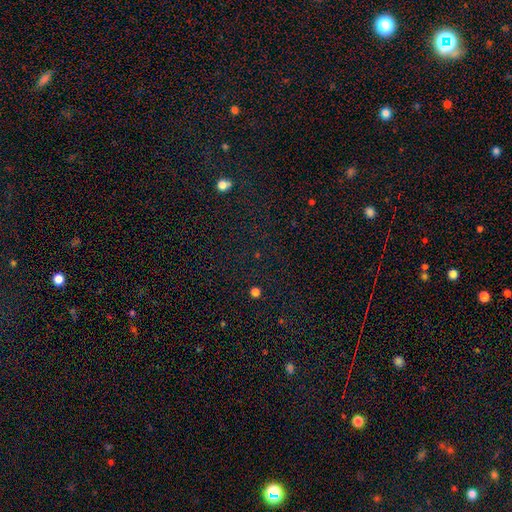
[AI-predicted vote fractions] Morphology: type=star or artifact (73%).